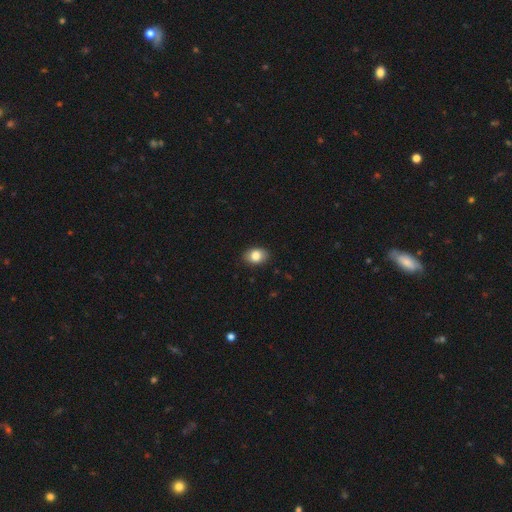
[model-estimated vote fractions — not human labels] Smooth or featured? smooth (84%)
How rounded? in between (76%)
Merging? none (87%)